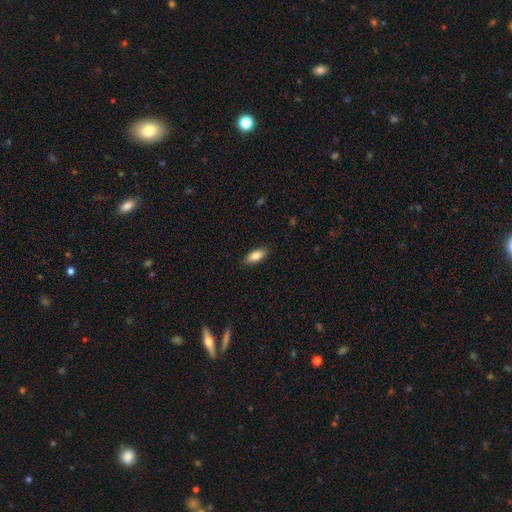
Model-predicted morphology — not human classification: Smooth or featured? smooth (82%)
How rounded? in between (85%)
Merging? none (87%)